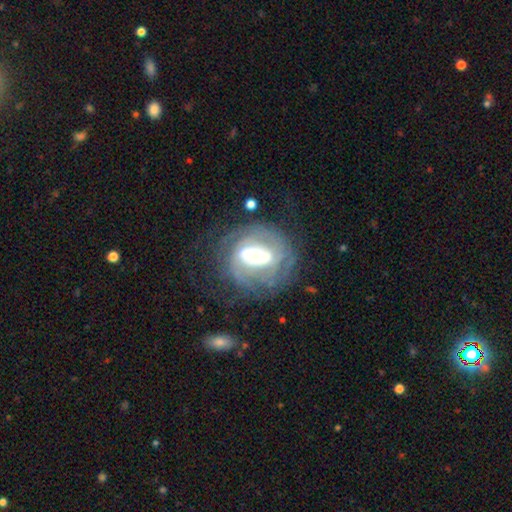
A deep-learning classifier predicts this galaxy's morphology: featured or disk 80%, smooth 13%, star or artifact 6%. Down the decision tree: edge-on disk — no (96%); bar — weak (42%); spiral arms — yes (83%); spiral arm count — can't tell (41%); spiral winding — tight (64%); bulge size — moderate (54%); merging — none (65%).